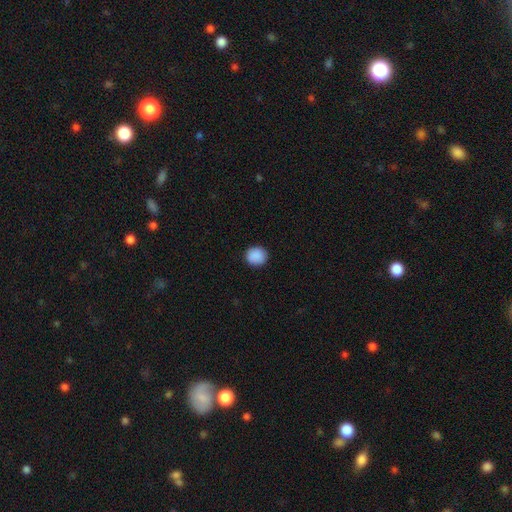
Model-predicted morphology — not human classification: Smooth or featured? Predicted: smooth (p=0.90). How rounded? Predicted: round (p=0.89). Merging? Predicted: none (p=0.91).